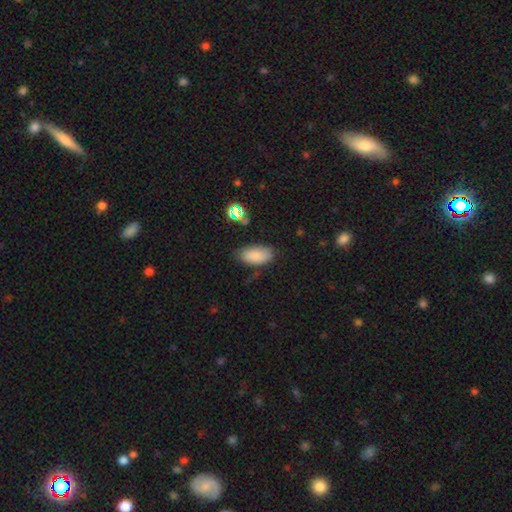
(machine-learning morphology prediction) smooth-or-featured: smooth: 82% | star or artifact: 10% | featured or disk: 8%
  how-rounded: in between: 93% | cigar-shaped: 4% | round: 3%
  merging: none: 72% | minor disturbance: 20% | major disturbance: 5% | merger: 3%